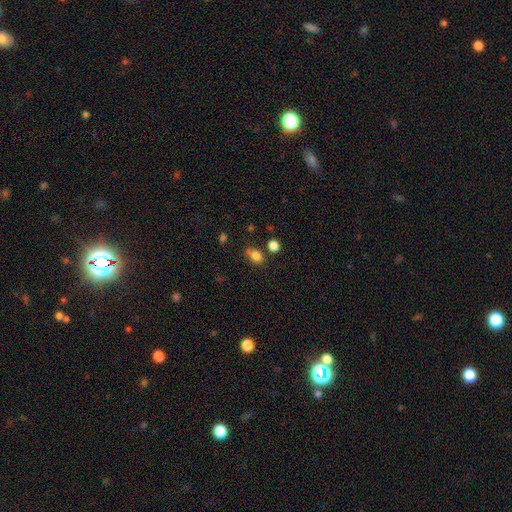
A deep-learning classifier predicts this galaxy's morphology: smooth_or_featured: smooth (p=0.82) [alt: star or artifact p=0.12]
how_rounded: in between (p=0.61) [alt: round p=0.37]
merging: none (p=0.63) [alt: minor disturbance p=0.19]